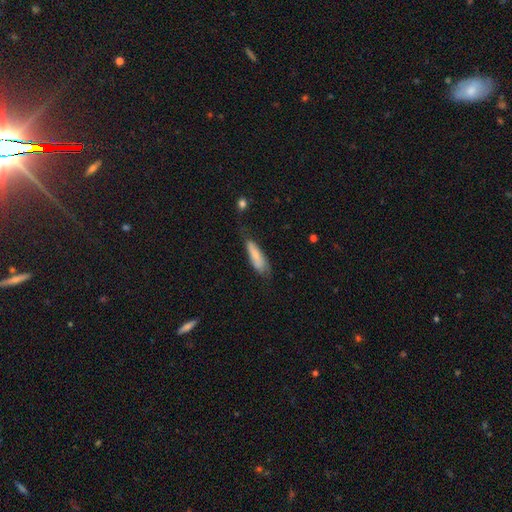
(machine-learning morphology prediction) Q: Smooth or featured?
A: smooth (76%); runner-up: featured or disk (17%)
Q: How rounded?
A: cigar-shaped (61%); runner-up: in between (37%)
Q: Merging?
A: none (56%); runner-up: minor disturbance (31%)